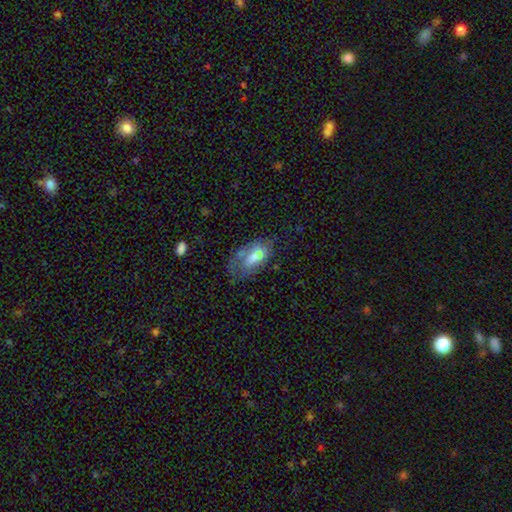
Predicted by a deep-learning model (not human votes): Smooth or featured: smooth — 61% (featured or disk — 30%)
How rounded: in between — 85% (cigar-shaped — 11%)
Merging: none — 40% (minor disturbance — 28%)